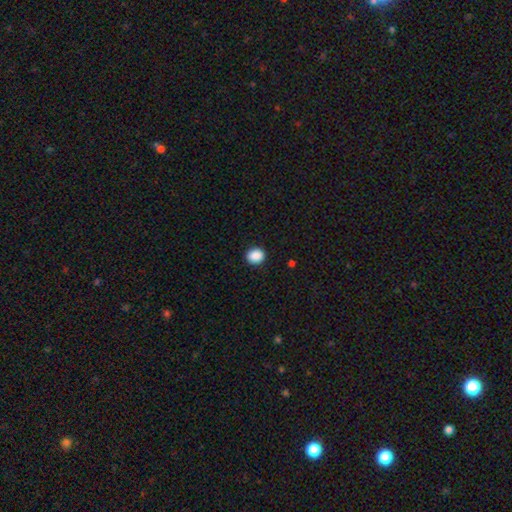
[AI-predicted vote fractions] Smooth or featured? Predicted: smooth (p=0.89). How rounded? Predicted: round (p=0.68). Merging? Predicted: none (p=0.91).